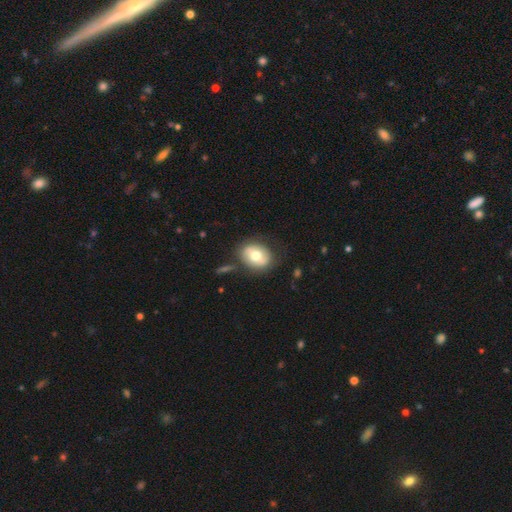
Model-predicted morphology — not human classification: This is likely a smooth galaxy (63%). How rounded: possibly in between (52%). Merging: likely none (78%).